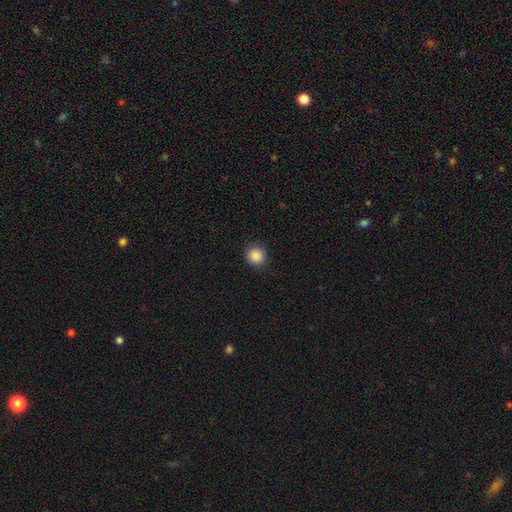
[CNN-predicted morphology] Q: Smooth or featured?
A: smooth (88%); runner-up: star or artifact (10%)
Q: How rounded?
A: round (92%); runner-up: in between (7%)
Q: Merging?
A: none (88%); runner-up: minor disturbance (8%)